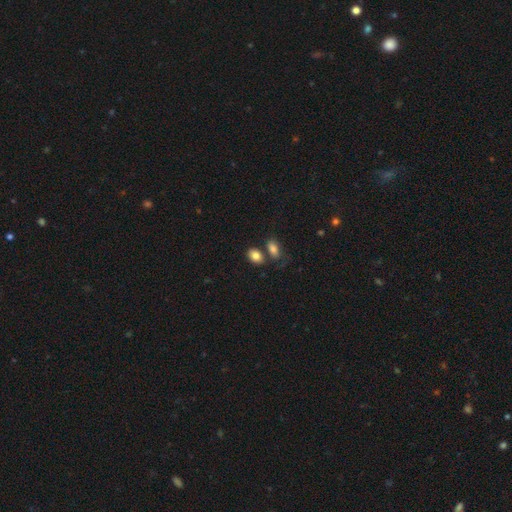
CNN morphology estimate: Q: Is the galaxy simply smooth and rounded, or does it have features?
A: smooth — 83%.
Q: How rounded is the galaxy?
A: in between — 80%.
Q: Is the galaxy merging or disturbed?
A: none — 61%.